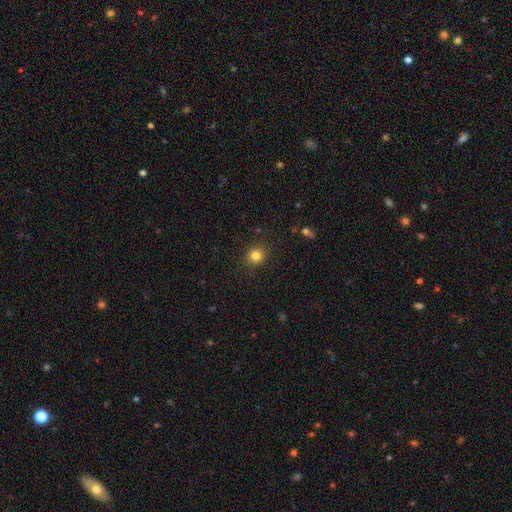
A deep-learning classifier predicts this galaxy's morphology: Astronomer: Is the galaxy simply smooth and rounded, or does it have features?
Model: smooth — 82%.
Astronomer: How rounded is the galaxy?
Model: round — 84%.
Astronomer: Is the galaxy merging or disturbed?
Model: none — 89%.